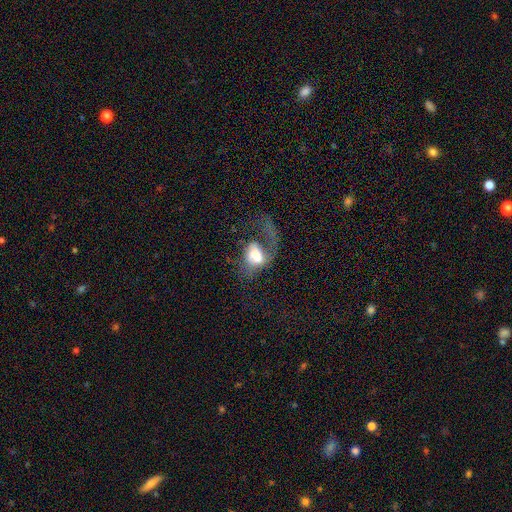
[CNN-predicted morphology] smooth-or-featured: featured or disk: 48% | smooth: 43% | star or artifact: 9%
  merging: major disturbance: 60% | none: 21% | minor disturbance: 15% | merger: 4%